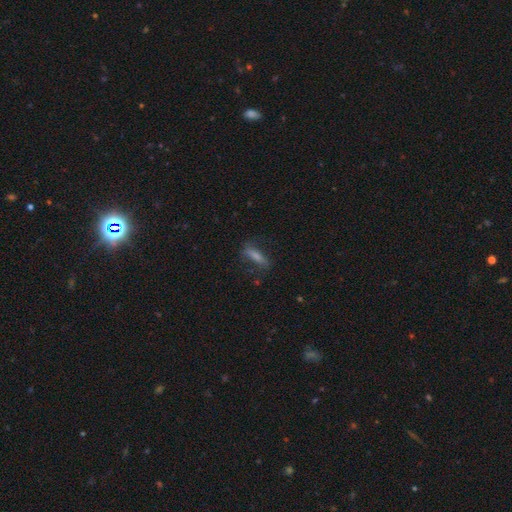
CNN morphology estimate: smooth-or-featured: smooth: 51% | featured or disk: 32% | star or artifact: 17%
  how-rounded: cigar-shaped: 74% | in between: 23% | round: 3%
  merging: none: 72% | minor disturbance: 18% | major disturbance: 9% | merger: 2%